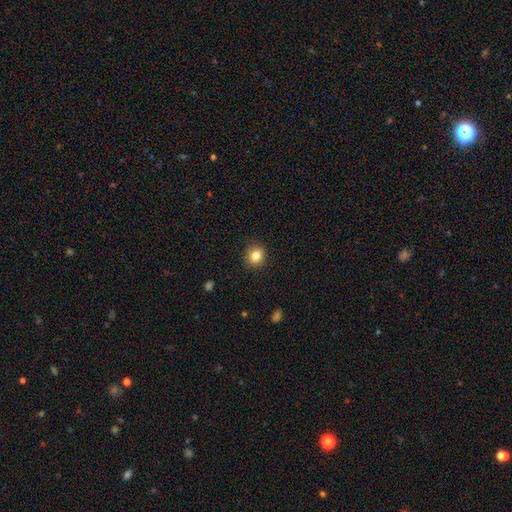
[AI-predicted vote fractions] A smooth galaxy with no disk features (84%) that is round (84%).

Vote fractions:
- Smooth or featured? smooth: 84% / star or artifact: 10% / featured or disk: 6%
- How rounded? round: 84% / in between: 15% / cigar-shaped: 1%
- Merging? none: 90% / minor disturbance: 7% / major disturbance: 2% / merger: 1%